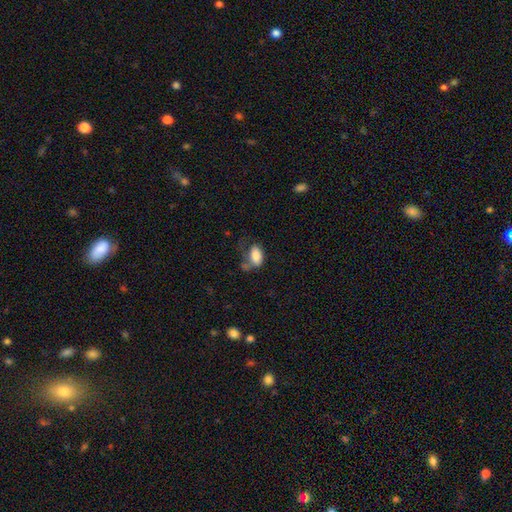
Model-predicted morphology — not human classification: Smooth or featured? Predicted: smooth (p=0.79). How rounded? Predicted: in between (p=0.92). Merging? Predicted: none (p=0.35).